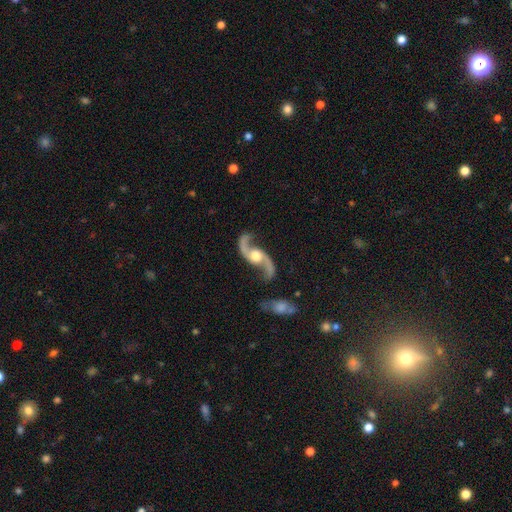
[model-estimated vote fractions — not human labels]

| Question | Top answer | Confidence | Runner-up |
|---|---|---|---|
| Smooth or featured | featured or disk | 93% | star or artifact (4%) |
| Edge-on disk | no | 96% | yes (4%) |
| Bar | no | 67% | weak (25%) |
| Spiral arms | yes | 98% | no (2%) |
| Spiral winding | loose | 78% | medium (18%) |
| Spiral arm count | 2 | 95% | 1 (1%) |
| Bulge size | moderate | 68% | large (18%) |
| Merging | none | 75% | minor disturbance (14%) |